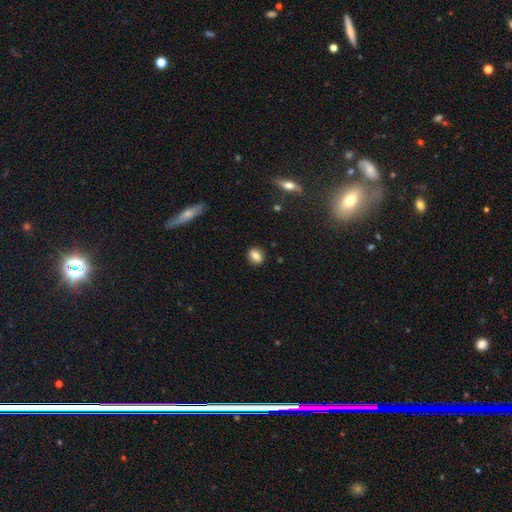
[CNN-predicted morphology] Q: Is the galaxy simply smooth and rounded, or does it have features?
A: smooth — 79%.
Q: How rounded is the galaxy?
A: in between — 52%.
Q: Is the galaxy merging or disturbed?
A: none — 88%.